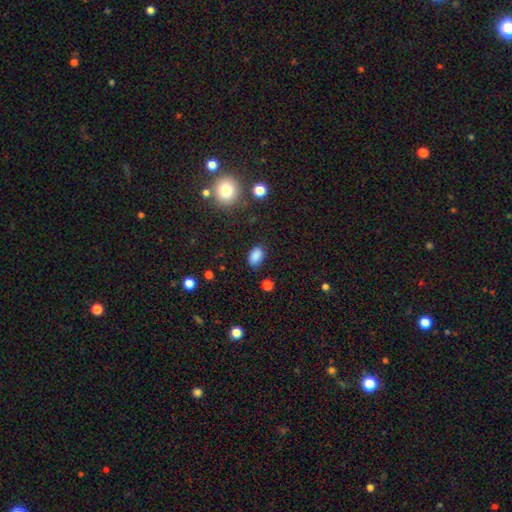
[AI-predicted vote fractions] This is clearly a smooth galaxy (86%). How rounded: clearly in between (88%). Merging: clearly none (82%).